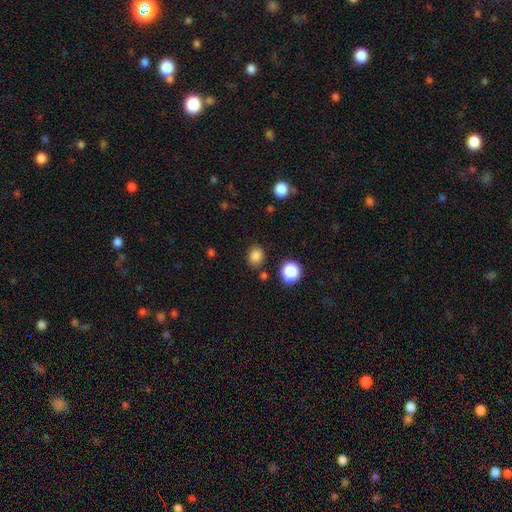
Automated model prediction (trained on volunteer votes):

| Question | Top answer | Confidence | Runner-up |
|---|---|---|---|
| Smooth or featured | smooth | 83% | star or artifact (13%) |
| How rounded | in between | 51% | round (49%) |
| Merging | none | 83% | minor disturbance (11%) |